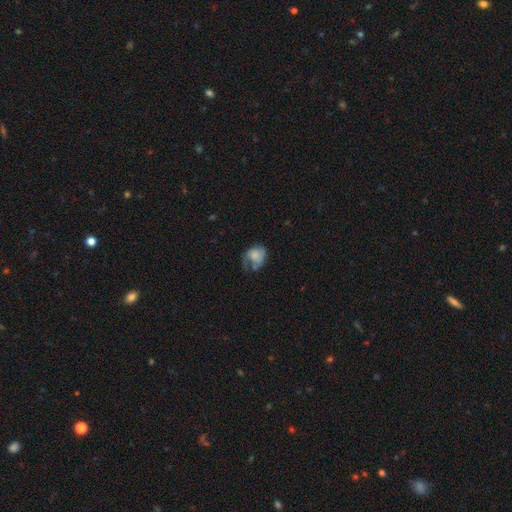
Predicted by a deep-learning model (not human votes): Smooth or featured?
  - smooth: 54% *
  - featured or disk: 37%
  - star or artifact: 9%
How rounded?
  - in between: 51% *
  - round: 48%
  - cigar-shaped: 1%
Merging?
  - major disturbance: 36% *
  - none: 31%
  - minor disturbance: 28%
  - merger: 6%